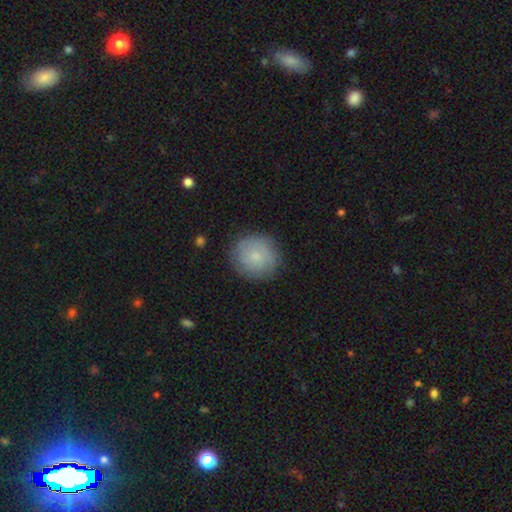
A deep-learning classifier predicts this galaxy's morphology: smooth-or-featured: smooth: 72% | featured or disk: 20% | star or artifact: 8%
  how-rounded: round: 92% | in between: 7% | cigar-shaped: 1%
  merging: none: 84% | minor disturbance: 12% | major disturbance: 3% | merger: 1%